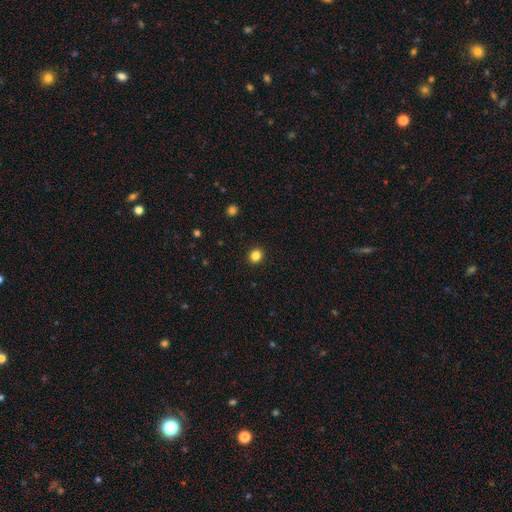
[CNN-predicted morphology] Overall: smooth (84%). How rounded: round (79%). Merging: none (92%).